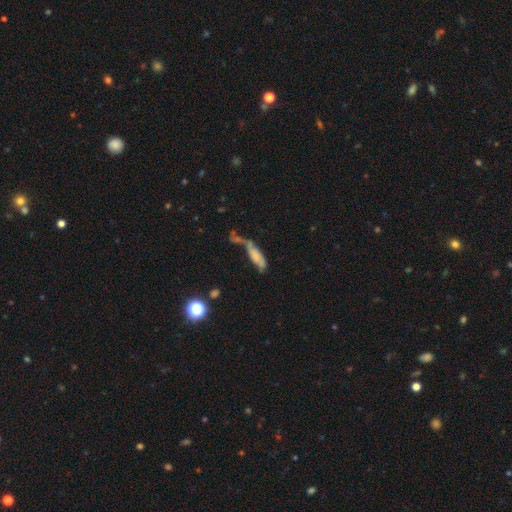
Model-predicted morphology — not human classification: smooth-or-featured: smooth: 57% | featured or disk: 32% | star or artifact: 11%
  how-rounded: in between: 51% | cigar-shaped: 46% | round: 3%
  merging: merger: 40% | major disturbance: 23% | none: 20% | minor disturbance: 16%